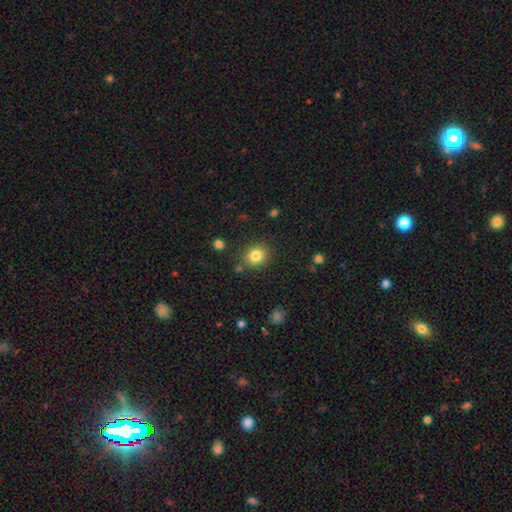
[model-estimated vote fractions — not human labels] Overall: smooth (83%). How rounded: round (69%; in between 30%). Merging: none (84%).